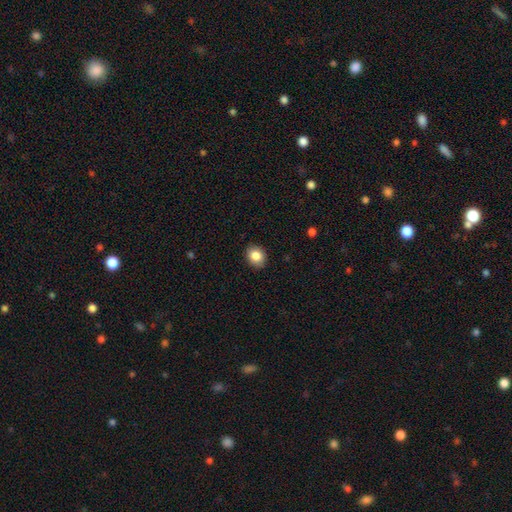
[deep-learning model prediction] Morphology: type=smooth (85%); roundness=round (59%); merging=none (88%).